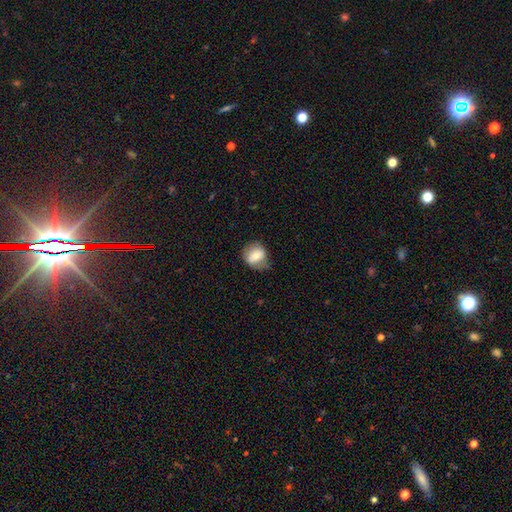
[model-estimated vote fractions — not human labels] smooth_or_featured: smooth (p=0.65) [alt: featured or disk p=0.27]
how_rounded: round (p=0.63) [alt: in between p=0.36]
merging: none (p=0.62) [alt: minor disturbance p=0.26]